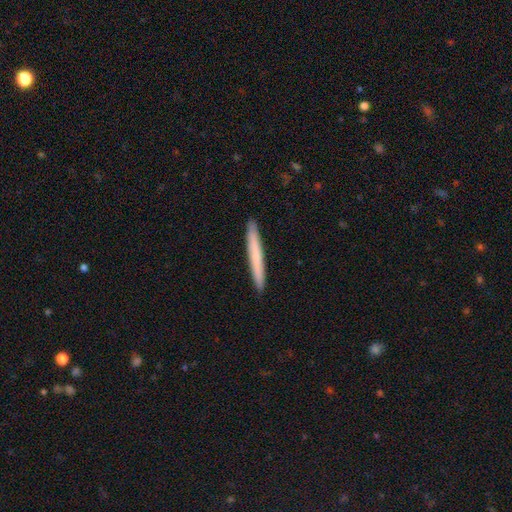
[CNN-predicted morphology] Smooth or featured?
  - smooth: 68% *
  - featured or disk: 27%
  - star or artifact: 6%
How rounded?
  - cigar-shaped: 97% *
  - in between: 2%
  - round: 1%
Merging?
  - none: 93% *
  - minor disturbance: 5%
  - major disturbance: 1%
  - merger: 1%